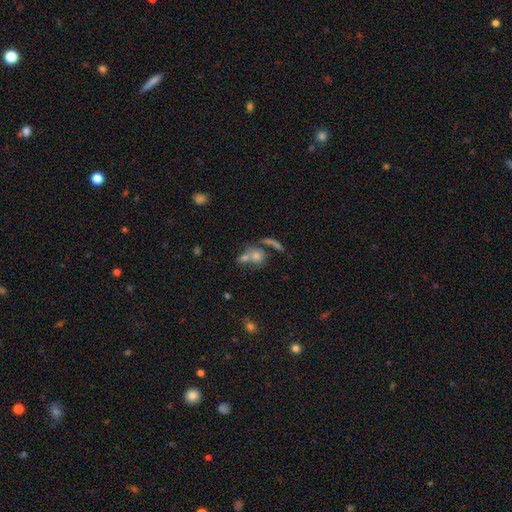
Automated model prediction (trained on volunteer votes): Smooth or featured? smooth (60%)
How rounded? round (70%)
Merging? merger (41%, tied with none)